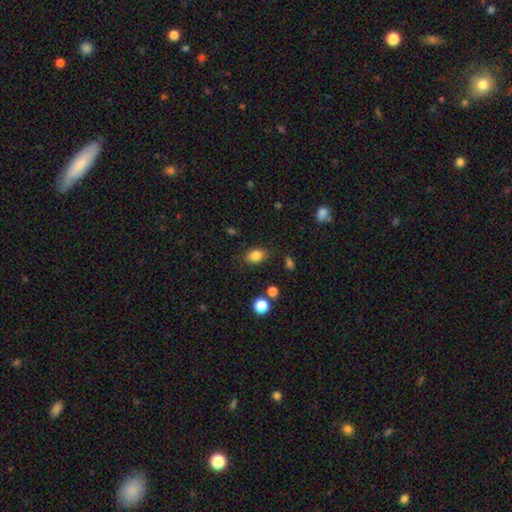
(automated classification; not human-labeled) smooth_or_featured: smooth (p=0.84) [alt: star or artifact p=0.11]
how_rounded: in between (p=0.74) [alt: round p=0.25]
merging: none (p=0.82) [alt: minor disturbance p=0.12]